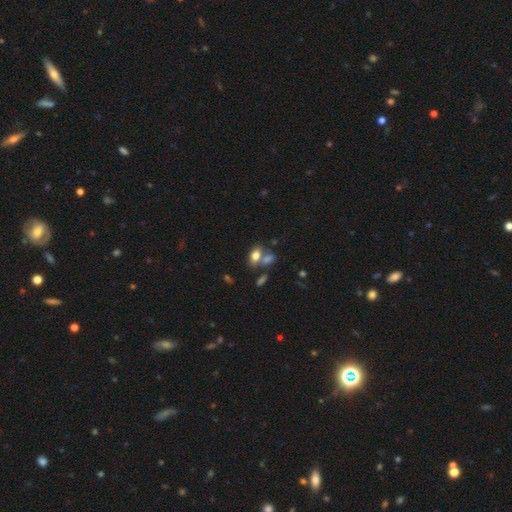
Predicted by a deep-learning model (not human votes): Smooth or featured? Predicted: smooth (p=0.76). How rounded? Predicted: in between (p=0.86). Merging? Predicted: none (p=0.48).